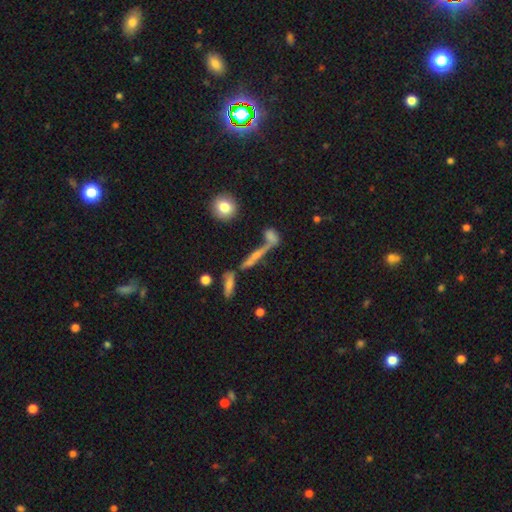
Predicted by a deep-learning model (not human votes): Morphology: type=featured or disk (51%); edge-on=yes (80%); merging=none (58%).